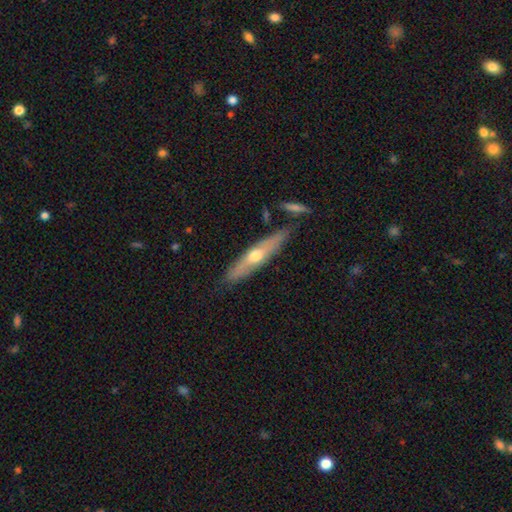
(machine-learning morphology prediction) Smooth or featured: featured or disk — 55% (smooth — 39%)
Edge-on disk: yes — 83% (no — 17%)
Merging: none — 81% (minor disturbance — 13%)